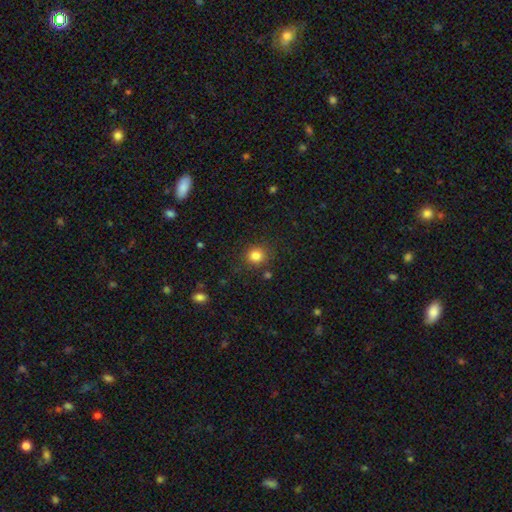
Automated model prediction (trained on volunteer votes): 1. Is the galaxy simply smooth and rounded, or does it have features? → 83% smooth, 12% star or artifact, 5% featured or disk.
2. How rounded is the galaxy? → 88% round, 11% in between, 1% cigar-shaped.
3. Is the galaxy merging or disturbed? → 86% none, 9% minor disturbance, 3% major disturbance, 3% merger.